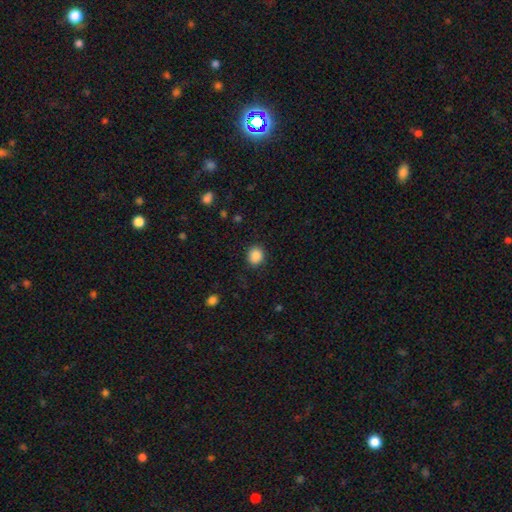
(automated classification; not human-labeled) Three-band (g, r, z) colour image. It shows a smooth galaxy with no disk features (88%) that is round (77%). Merging: none (88%).